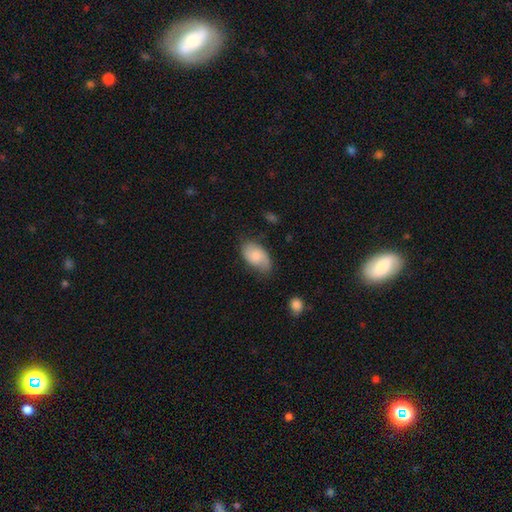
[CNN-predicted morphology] The model was most divided on "merging": none: 63%, minor disturbance: 28%, major disturbance: 7%, merger: 2%. More confident: how rounded — in between (93%); smooth or featured — smooth (67%).